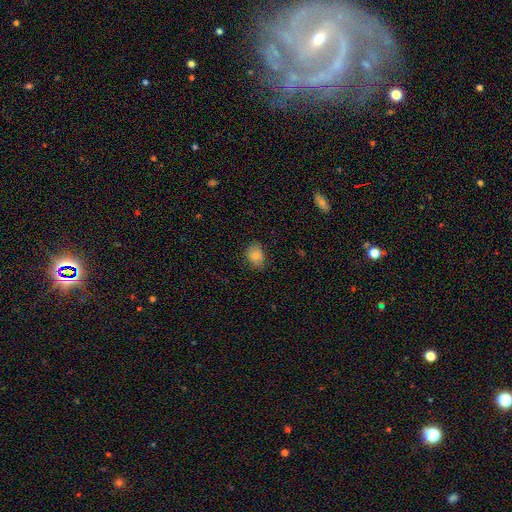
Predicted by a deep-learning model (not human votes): Smooth or featured? smooth (82%)
How rounded? in between (70%)
Merging? none (74%)